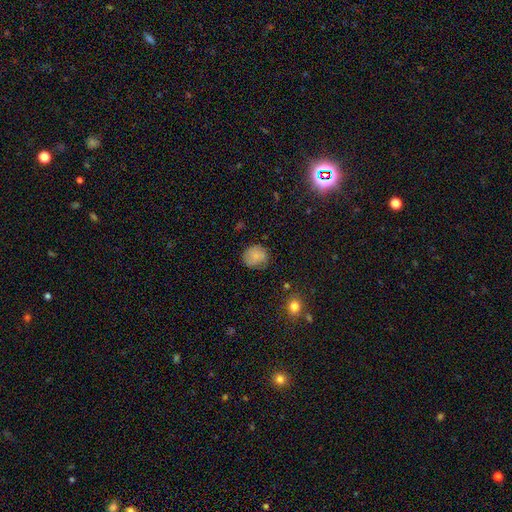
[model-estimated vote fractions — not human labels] smooth 78%, featured or disk 12%, star or artifact 10%. Down the decision tree: how rounded — round (81%); merging — none (73%).